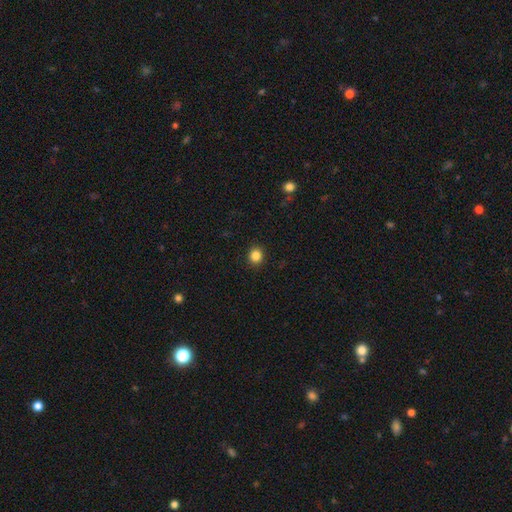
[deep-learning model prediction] Overall: smooth (85%). How rounded: round (85%). Merging: none (91%).